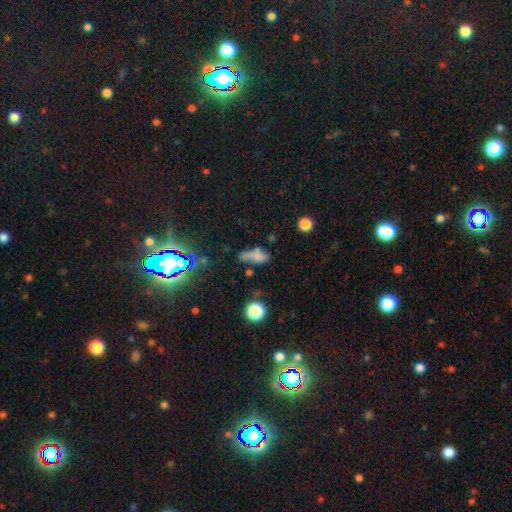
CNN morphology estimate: This appears to be a smooth galaxy with no disk features (64%) that is in between round and cigar-shaped (70%). Merging: none (35%).